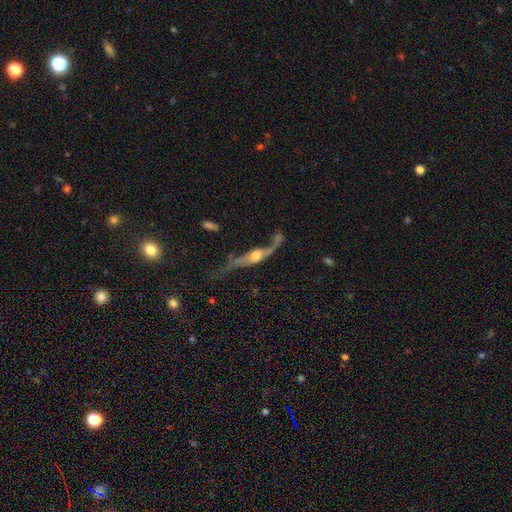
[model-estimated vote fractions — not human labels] Smooth or featured? Predicted: featured or disk (p=0.76). Edge-on disk? Predicted: yes (p=0.52). Merging? Predicted: none (p=0.38).